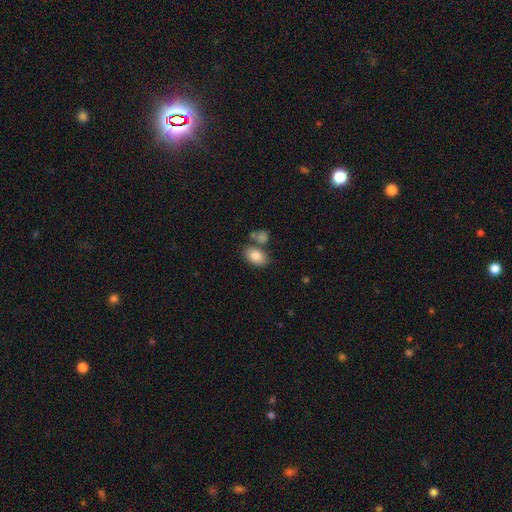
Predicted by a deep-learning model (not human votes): Smooth or featured?
  - smooth: 83% *
  - featured or disk: 9%
  - star or artifact: 7%
How rounded?
  - in between: 87% *
  - round: 11%
  - cigar-shaped: 1%
Merging?
  - none: 63% *
  - merger: 20%
  - minor disturbance: 13%
  - major disturbance: 4%